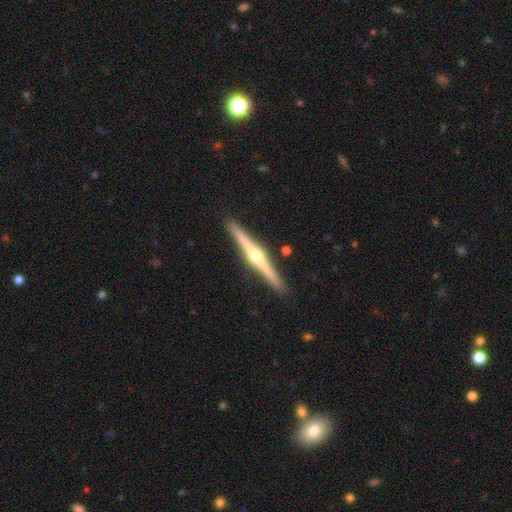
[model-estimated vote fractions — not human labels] featured or disk 82%, smooth 13%, star or artifact 5%. Down the decision tree: edge-on disk — yes (99%); edge-on bulge — rounded (95%); merging — none (92%).